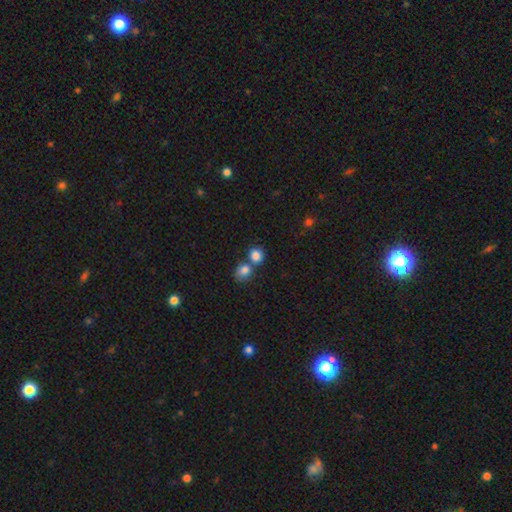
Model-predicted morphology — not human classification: Smooth or featured? Predicted: smooth (p=0.84). How rounded? Predicted: round (p=0.79). Merging? Predicted: none (p=0.46).